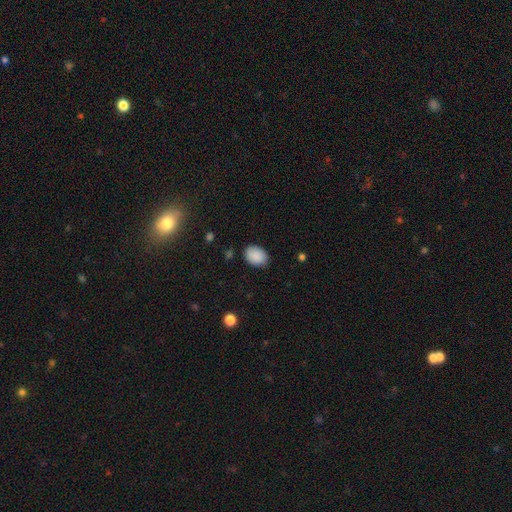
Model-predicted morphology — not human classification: smooth-or-featured: smooth: 90% | star or artifact: 7% | featured or disk: 3%
  how-rounded: in between: 78% | round: 21% | cigar-shaped: 1%
  merging: none: 84% | minor disturbance: 12% | major disturbance: 3% | merger: 1%